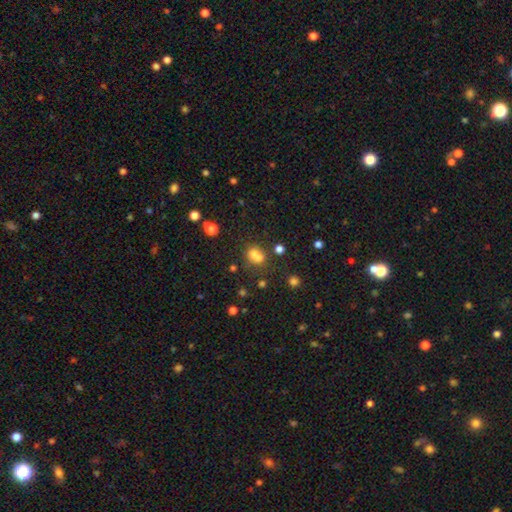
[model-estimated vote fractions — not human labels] This appears to be a smooth galaxy with no disk features (68%) that is round (50%). Merging: merger (44%).